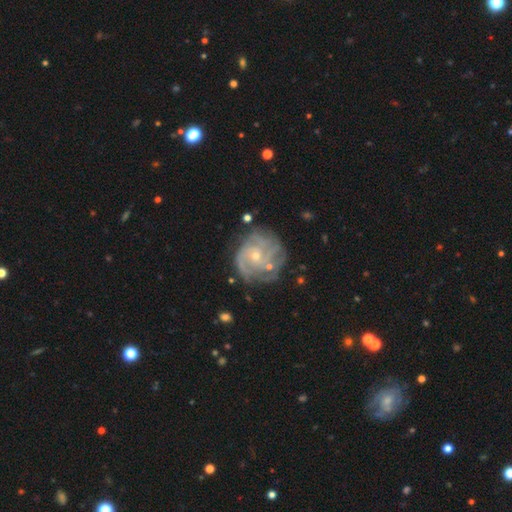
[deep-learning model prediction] Smooth or featured: featured or disk — 84% (smooth — 9%)
Edge-on disk: no — 98% (yes — 2%)
Bar: no — 71% (weak — 24%)
Spiral arms: yes — 94% (no — 6%)
Spiral winding: tight — 61% (medium — 31%)
Spiral arm count: can't tell — 32% (3 — 23%)
Bulge size: small — 71% (moderate — 25%)
Merging: none — 69% (minor disturbance — 19%)